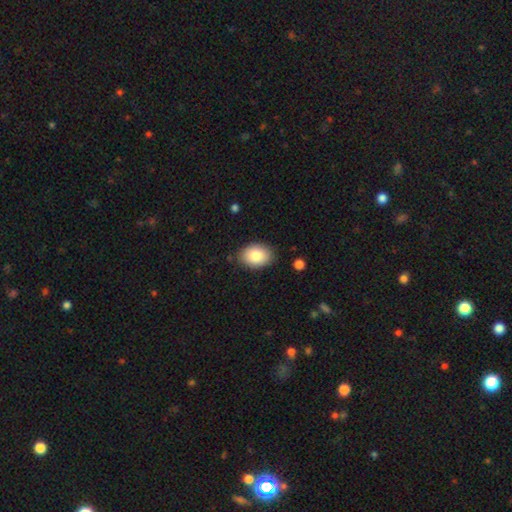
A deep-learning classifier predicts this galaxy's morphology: Smooth or featured? smooth (85%)
How rounded? in between (81%)
Merging? none (85%)